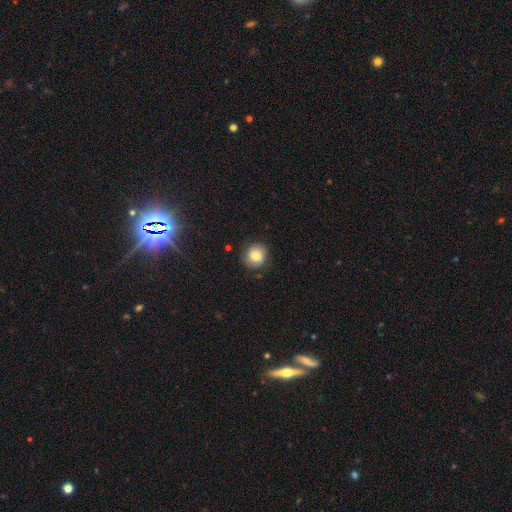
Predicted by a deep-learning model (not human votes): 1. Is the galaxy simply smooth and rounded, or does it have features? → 81% smooth, 10% star or artifact, 10% featured or disk.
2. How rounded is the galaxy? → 87% round, 12% in between, 1% cigar-shaped.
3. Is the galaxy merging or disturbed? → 82% none, 13% minor disturbance, 3% major disturbance, 1% merger.